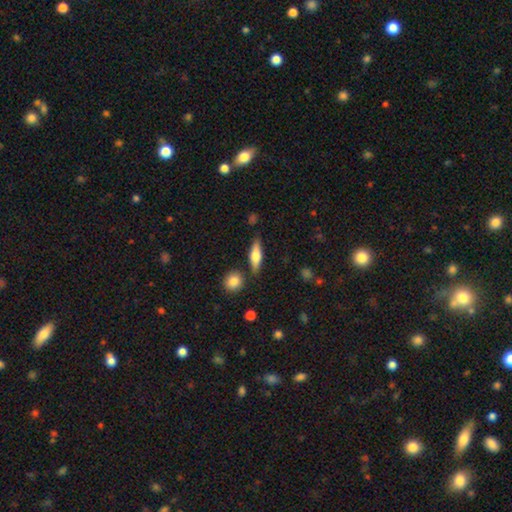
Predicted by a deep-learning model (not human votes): Q: Smooth or featured?
A: smooth (55%); runner-up: featured or disk (38%)
Q: How rounded?
A: cigar-shaped (49%); runner-up: in between (45%)
Q: Merging?
A: none (80%); runner-up: minor disturbance (11%)